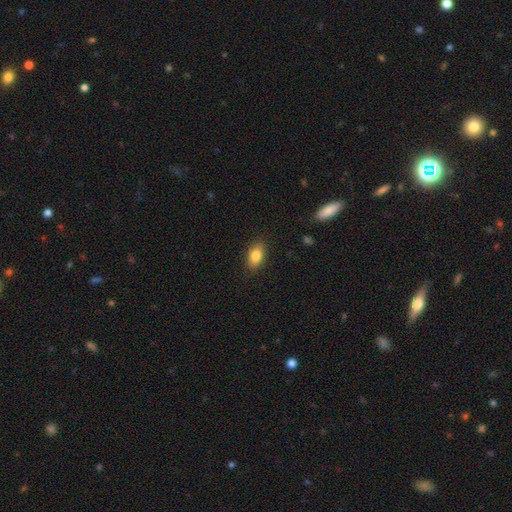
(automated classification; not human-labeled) This is clearly a smooth galaxy (83%). How rounded: clearly in between (88%). Merging: clearly none (87%).